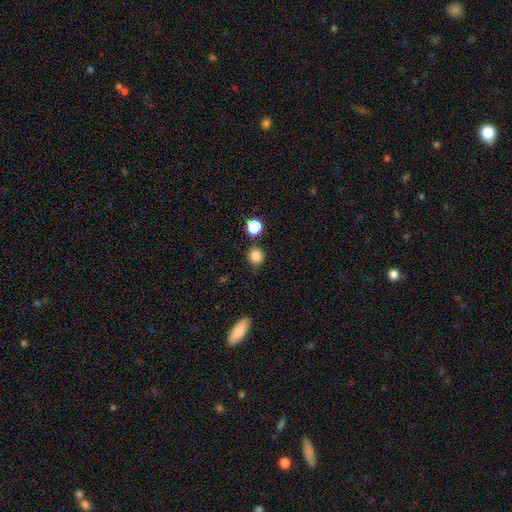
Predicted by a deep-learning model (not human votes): A smooth galaxy with no disk features (85%) that is round (85%).

Vote fractions:
- Smooth or featured? smooth: 85% / star or artifact: 11% / featured or disk: 4%
- How rounded? round: 85% / in between: 14% / cigar-shaped: 1%
- Merging? none: 82% / minor disturbance: 9% / merger: 6% / major disturbance: 3%